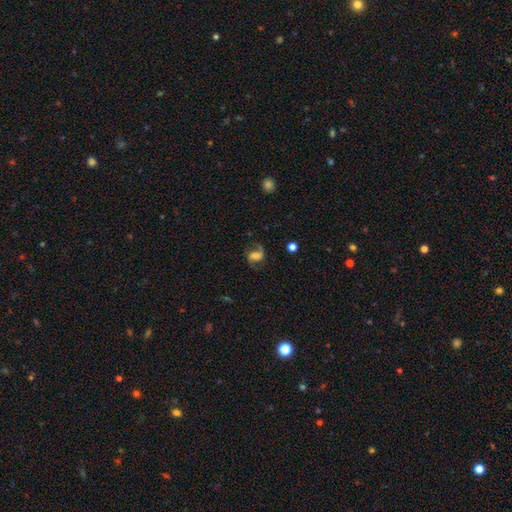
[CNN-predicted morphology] A featured or disk galaxy (67%) with a weak bar (43%), 2 (81%) loose (48%) spiral arms (92%) and a moderate central bulge (32%).

Vote fractions:
- Smooth or featured? featured or disk: 67% / smooth: 23% / star or artifact: 11%
- Edge-on disk? no: 97% / yes: 3%
- Bar? weak: 43% / no: 32% / strong: 24%
- Spiral arms? yes: 92% / no: 8%
- Spiral winding? loose: 48% / medium: 41% / tight: 11%
- Spiral arm count? 2: 81% / 1: 13% / can't tell: 4% / 3: 1% / 4: 1% / more than 4: 1%
- Bulge size? moderate: 32% / large: 23% / small: 22% / none: 18% / dominant: 5%
- Merging? none: 65% / minor disturbance: 18% / major disturbance: 15% / merger: 2%